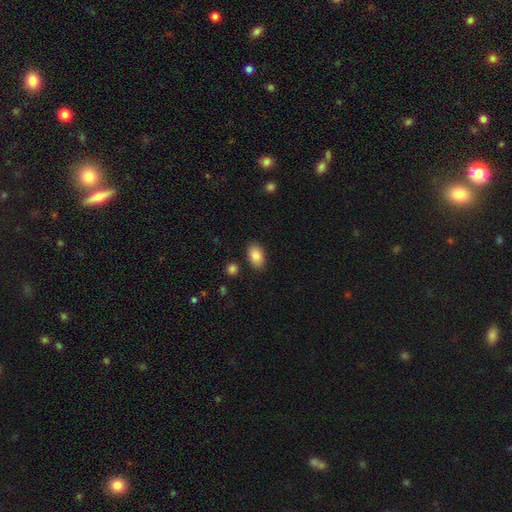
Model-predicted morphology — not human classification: Smooth or featured: smooth — 86% (featured or disk — 7%)
How rounded: in between — 92% (round — 6%)
Merging: none — 85% (minor disturbance — 10%)